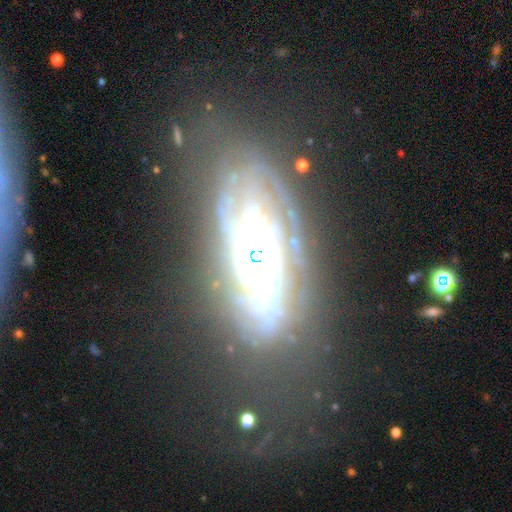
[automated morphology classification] A featured or disk galaxy (80%) with no bar (67%), tight (75%) spiral arms (84%) and a large central bulge (42%). Merging: none (67%).